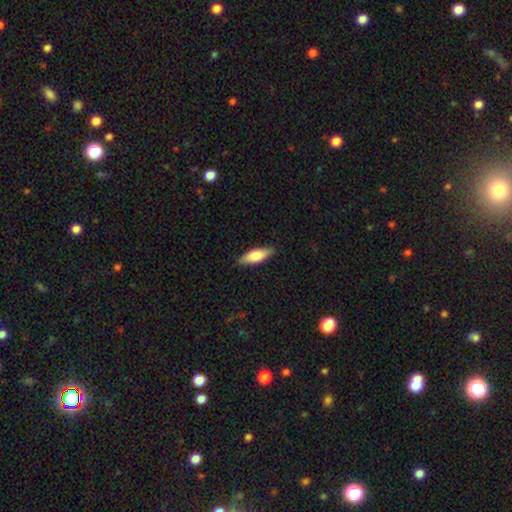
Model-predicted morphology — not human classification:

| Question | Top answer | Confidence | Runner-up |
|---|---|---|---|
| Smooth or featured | smooth | 70% | featured or disk (25%) |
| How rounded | in between | 58% | cigar-shaped (40%) |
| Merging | none | 87% | minor disturbance (10%) |